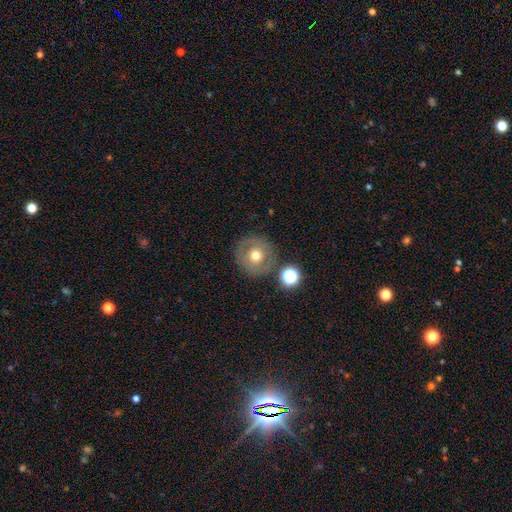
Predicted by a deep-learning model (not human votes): This is possibly a smooth galaxy (57%). How rounded: clearly round (93%). Merging: clearly none (81%).